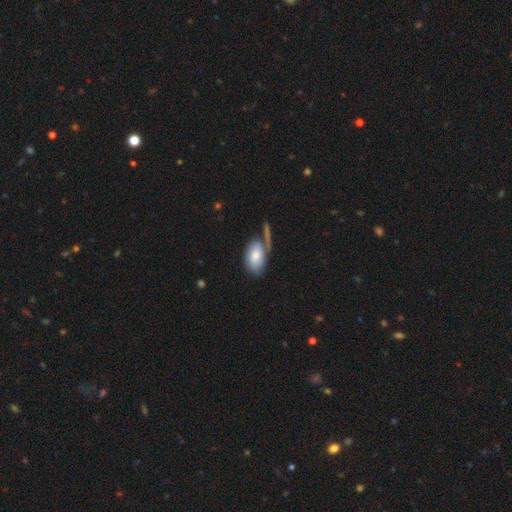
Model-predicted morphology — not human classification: Smooth or featured?
  - smooth: 71% *
  - featured or disk: 23%
  - star or artifact: 6%
How rounded?
  - in between: 92% *
  - round: 6%
  - cigar-shaped: 2%
Merging?
  - none: 47% *
  - merger: 20%
  - minor disturbance: 20%
  - major disturbance: 13%